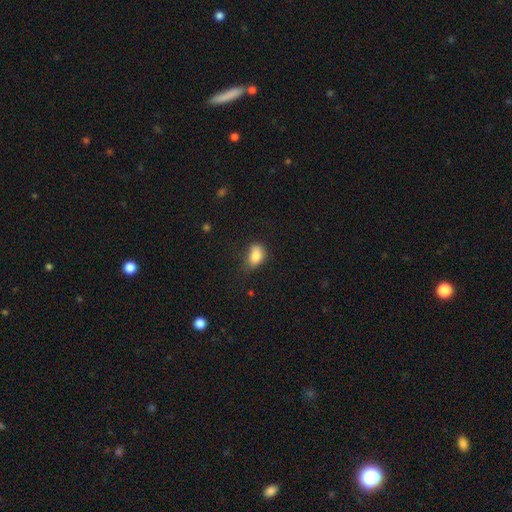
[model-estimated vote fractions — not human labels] smooth_or_featured: smooth (p=0.82) [alt: star or artifact p=0.09]
how_rounded: in between (p=0.79) [alt: round p=0.19]
merging: none (p=0.47) [alt: minor disturbance p=0.37]